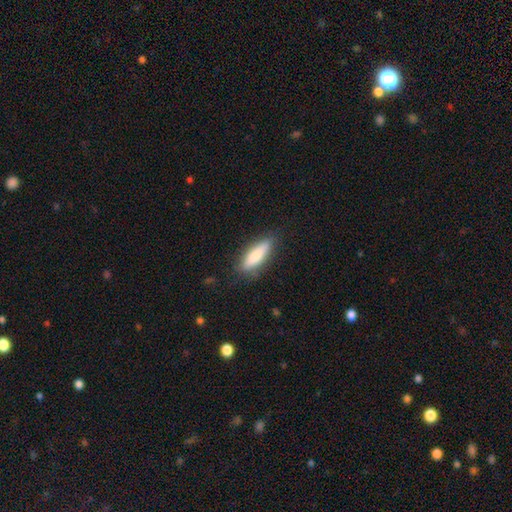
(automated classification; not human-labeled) Smooth or featured? smooth (76%)
How rounded? cigar-shaped (56%)
Merging? none (81%)